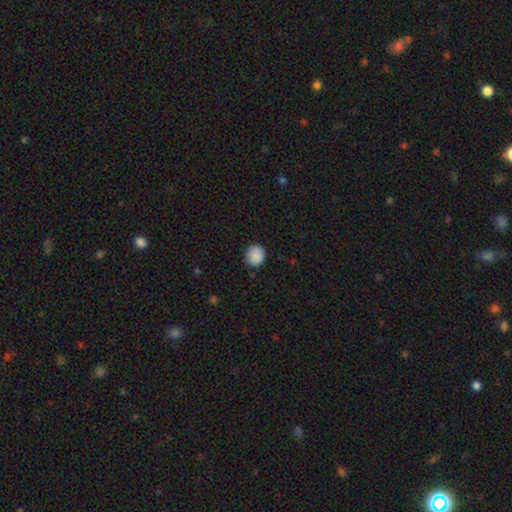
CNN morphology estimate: A smooth galaxy with no disk features (89%) that is round (84%).

Vote fractions:
- Smooth or featured? smooth: 89% / star or artifact: 8% / featured or disk: 3%
- How rounded? round: 84% / in between: 15% / cigar-shaped: 1%
- Merging? none: 87% / minor disturbance: 10% / major disturbance: 2% / merger: 1%